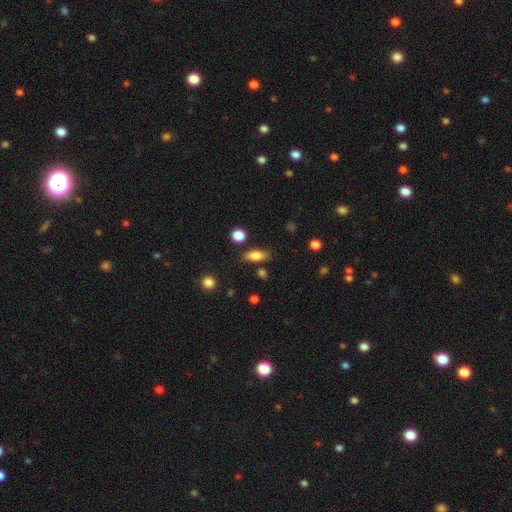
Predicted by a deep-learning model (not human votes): A smooth galaxy with no disk features (79%) that is in between round and cigar-shaped (77%).

Vote fractions:
- Smooth or featured? smooth: 79% / featured or disk: 12% / star or artifact: 9%
- How rounded? in between: 77% / cigar-shaped: 16% / round: 7%
- Merging? none: 80% / minor disturbance: 13% / merger: 4% / major disturbance: 3%